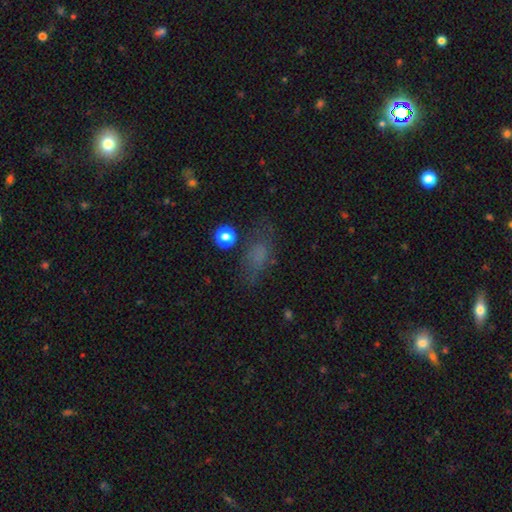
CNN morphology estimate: Smooth or featured? smooth (53%)
How rounded? in between (74%)
Merging? none (64%)